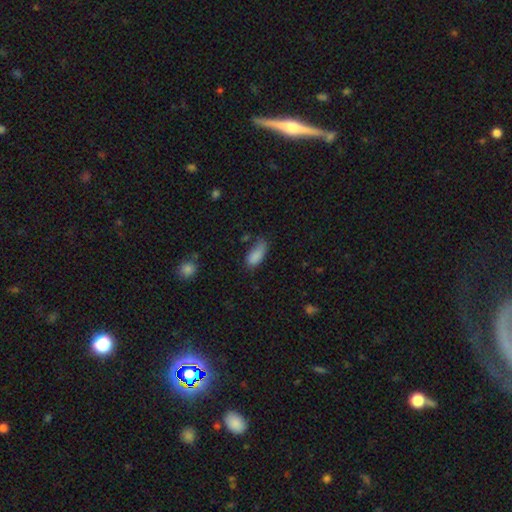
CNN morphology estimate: Overall: smooth (86%). How rounded: in between (86%). Merging: none (49%; minor disturbance 34%).